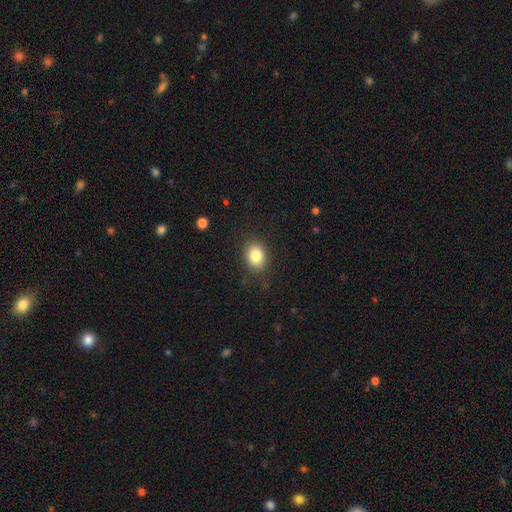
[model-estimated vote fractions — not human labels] This appears to be a smooth galaxy with no disk features (83%) that is in between round and cigar-shaped (58%). Merging: none (83%).